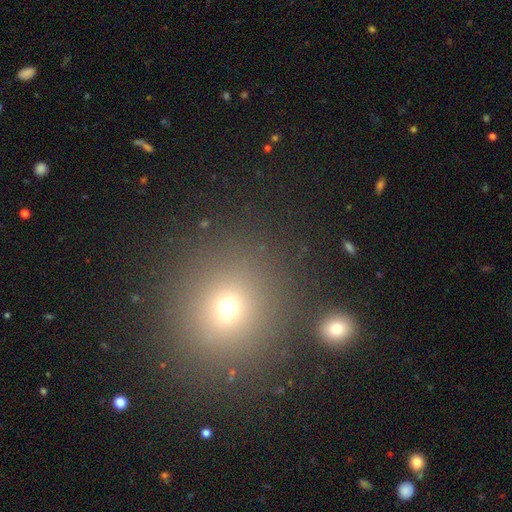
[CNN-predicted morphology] This is likely a smooth galaxy (61%). How rounded: clearly round (89%). Merging: clearly none (88%).